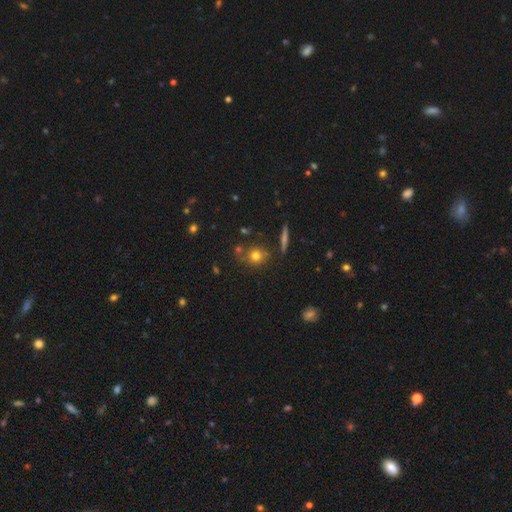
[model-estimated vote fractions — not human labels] The model was most divided on "smooth or featured": smooth: 74%, star or artifact: 14%, featured or disk: 12%. More confident: how rounded — round (86%); merging — none (74%).